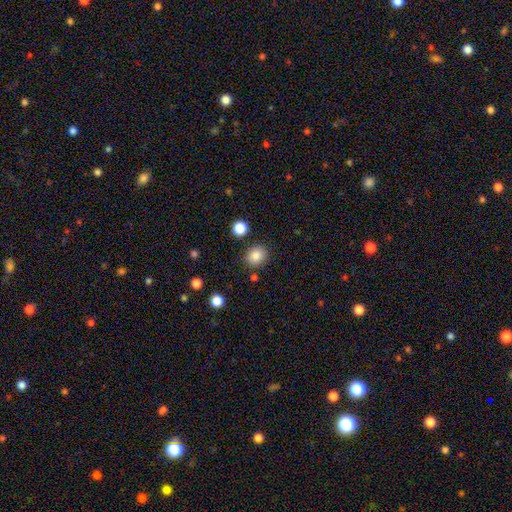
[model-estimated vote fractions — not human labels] Smooth or featured?
  - smooth: 85% *
  - star or artifact: 10%
  - featured or disk: 5%
How rounded?
  - round: 74% *
  - in between: 26%
  - cigar-shaped: 1%
Merging?
  - none: 84% *
  - minor disturbance: 9%
  - merger: 4%
  - major disturbance: 3%